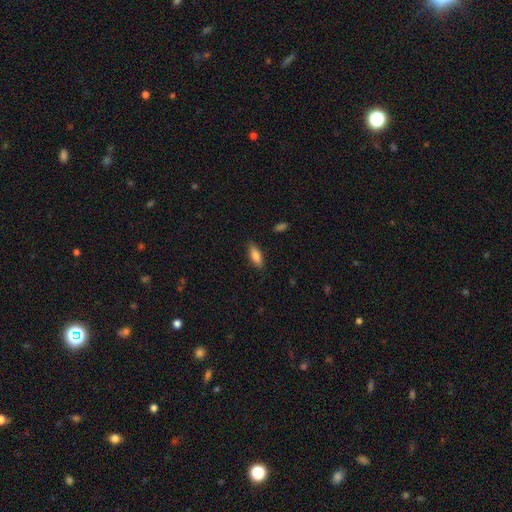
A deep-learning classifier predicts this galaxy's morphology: Smooth or featured? Predicted: smooth (p=0.80). How rounded? Predicted: in between (p=0.74). Merging? Predicted: none (p=0.84).